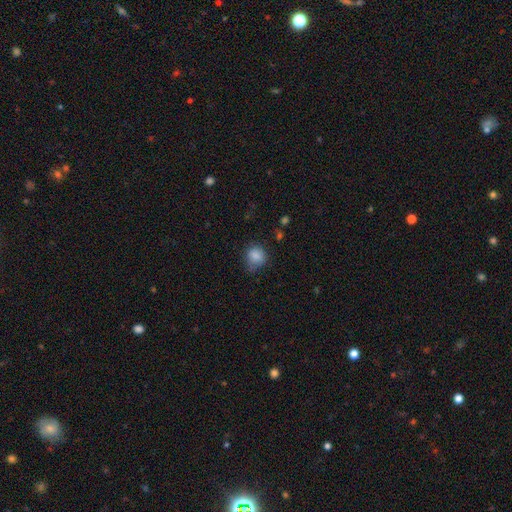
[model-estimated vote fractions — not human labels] A smooth galaxy with no disk features (85%) that is round (78%).

Vote fractions:
- Smooth or featured? smooth: 85% / star or artifact: 9% / featured or disk: 5%
- How rounded? round: 78% / in between: 21% / cigar-shaped: 1%
- Merging? none: 63% / minor disturbance: 28% / major disturbance: 7% / merger: 2%